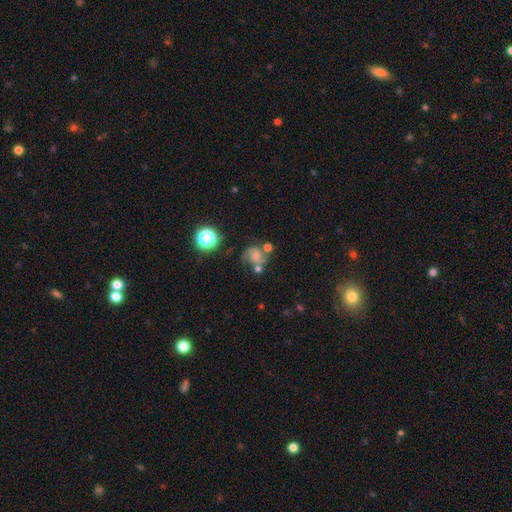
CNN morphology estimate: This is likely a featured or disk galaxy (60%). It is clearly not viewed edge-on (98%). Bar: likely no (60%). Spiral arm pattern: clearly yes (89%). Spiral arm count: likely 2 (78%). Spiral winding: possibly medium (49%). Central bulge: marginally small (32%, tied with none). Merging: marginally none (44%).